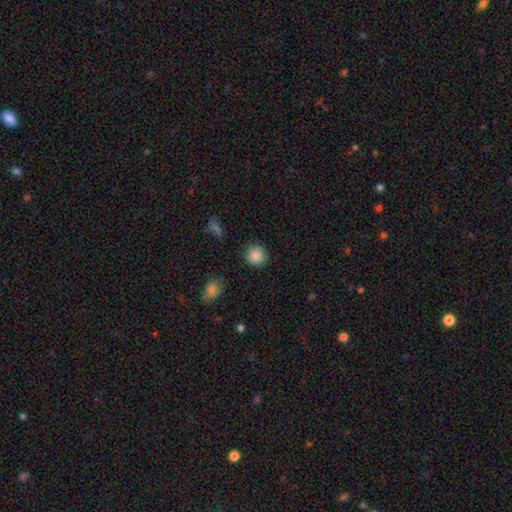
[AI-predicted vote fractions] Smooth or featured?
  - smooth: 86% *
  - star or artifact: 9%
  - featured or disk: 5%
How rounded?
  - round: 92% *
  - in between: 7%
  - cigar-shaped: 1%
Merging?
  - none: 88% *
  - minor disturbance: 8%
  - major disturbance: 2%
  - merger: 2%